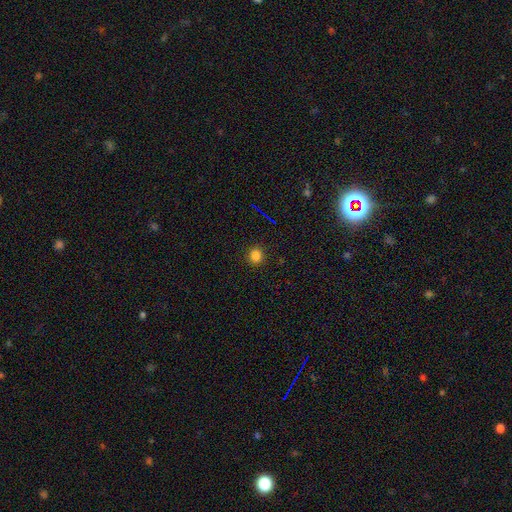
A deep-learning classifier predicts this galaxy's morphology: Overall: smooth (82%). How rounded: round (89%). Merging: none (91%).